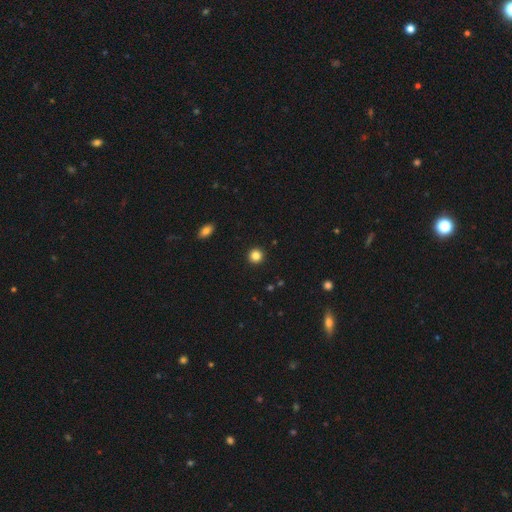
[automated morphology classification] A smooth galaxy with no disk features (85%) that is round (94%).

Vote fractions:
- Smooth or featured? smooth: 85% / star or artifact: 11% / featured or disk: 4%
- How rounded? round: 94% / in between: 5% / cigar-shaped: 1%
- Merging? none: 93% / minor disturbance: 4% / major disturbance: 2% / merger: 1%